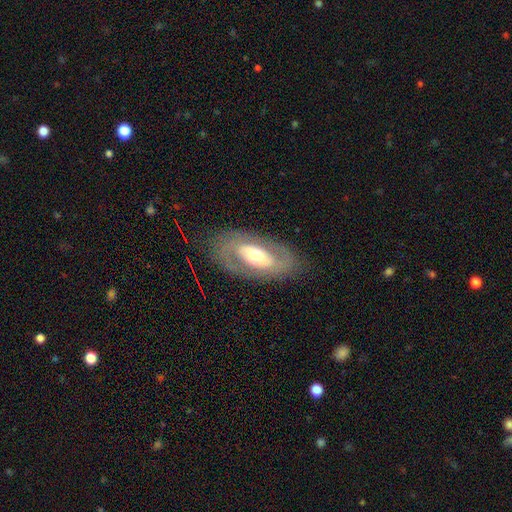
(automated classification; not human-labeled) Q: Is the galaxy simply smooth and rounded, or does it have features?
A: featured or disk — 67%.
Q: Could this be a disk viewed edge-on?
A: no — 90%.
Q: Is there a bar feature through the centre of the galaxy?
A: no — 59%.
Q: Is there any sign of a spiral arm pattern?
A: no — 50%, tied with yes.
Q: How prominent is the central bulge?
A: moderate — 63%.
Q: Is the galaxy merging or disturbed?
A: none — 79%.